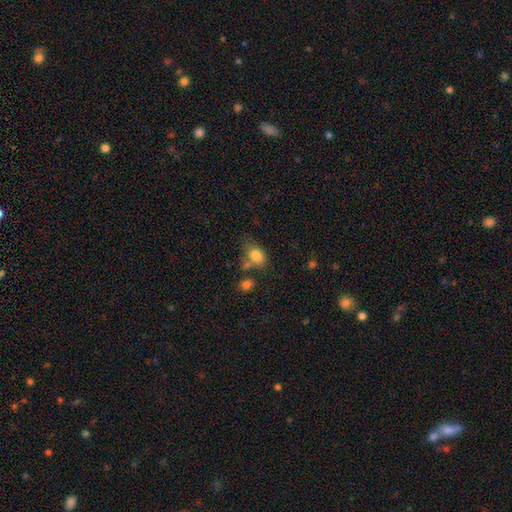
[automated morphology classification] Q: Smooth or featured?
A: smooth (82%); runner-up: featured or disk (9%)
Q: How rounded?
A: in between (79%); runner-up: round (19%)
Q: Merging?
A: none (51%); runner-up: minor disturbance (22%)